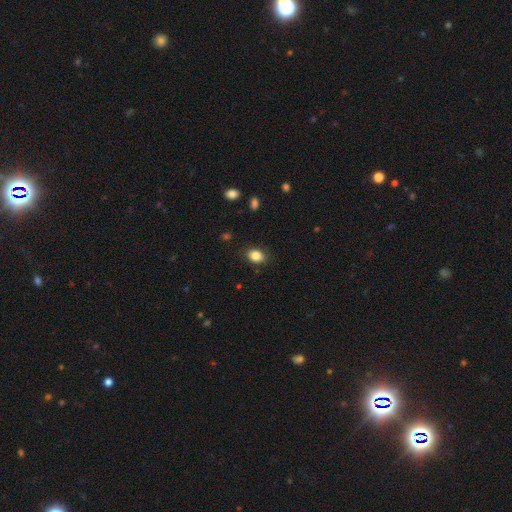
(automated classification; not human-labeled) This is clearly a smooth galaxy (85%). How rounded: likely in between (67%). Merging: clearly none (86%).